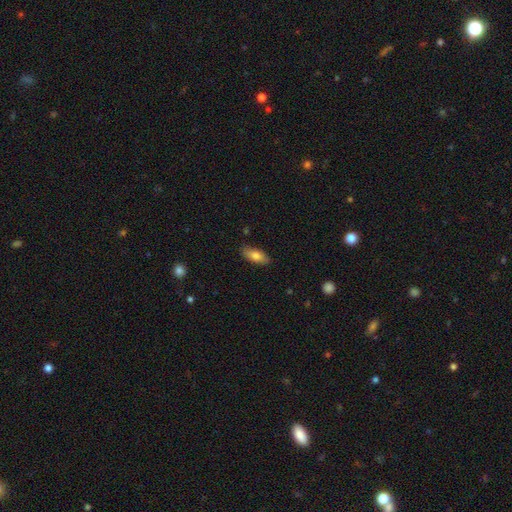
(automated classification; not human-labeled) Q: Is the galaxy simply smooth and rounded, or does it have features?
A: smooth — 77%.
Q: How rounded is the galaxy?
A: in between — 81%.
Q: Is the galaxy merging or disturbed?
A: none — 85%.